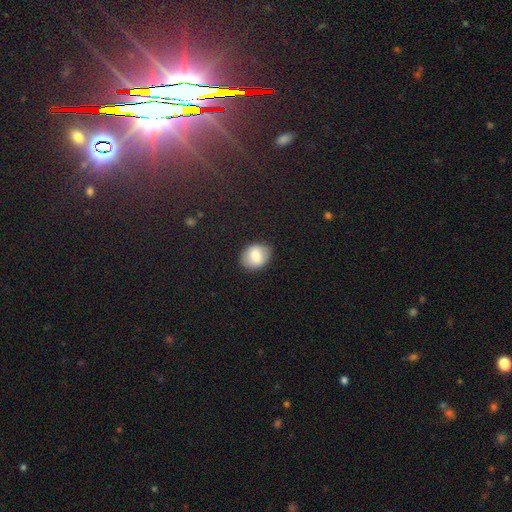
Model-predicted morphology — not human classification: Q: Smooth or featured?
A: smooth (76%); runner-up: featured or disk (16%)
Q: How rounded?
A: in between (53%); runner-up: round (46%)
Q: Merging?
A: none (83%); runner-up: minor disturbance (12%)